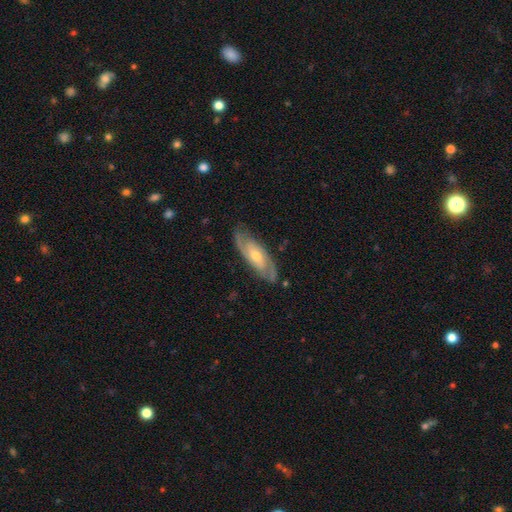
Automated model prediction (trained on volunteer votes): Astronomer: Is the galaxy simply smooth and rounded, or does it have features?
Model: featured or disk — 79%.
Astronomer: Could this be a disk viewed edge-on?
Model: no — 86%.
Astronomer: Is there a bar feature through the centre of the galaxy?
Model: no — 59%.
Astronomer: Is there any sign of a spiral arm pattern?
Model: yes — 92%.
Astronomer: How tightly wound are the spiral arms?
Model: tight — 50% (runner-up: medium, 39%).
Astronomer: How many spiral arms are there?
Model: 2 — 77%.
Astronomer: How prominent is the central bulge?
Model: moderate — 55% (runner-up: small, 40%).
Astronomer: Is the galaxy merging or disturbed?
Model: none — 81%.